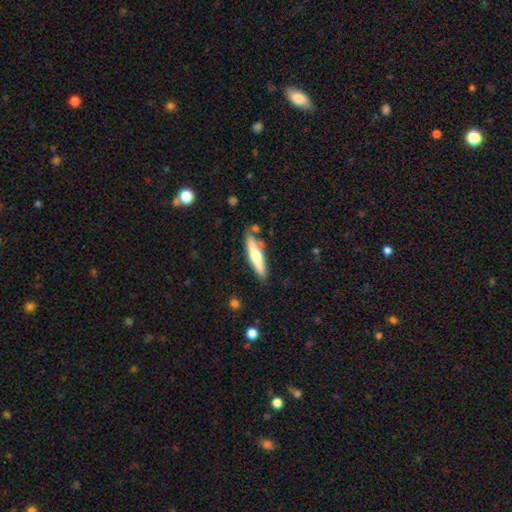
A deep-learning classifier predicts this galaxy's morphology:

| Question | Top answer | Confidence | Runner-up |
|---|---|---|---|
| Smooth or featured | featured or disk | 48% | smooth (46%) |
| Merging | none | 78% | minor disturbance (13%) |